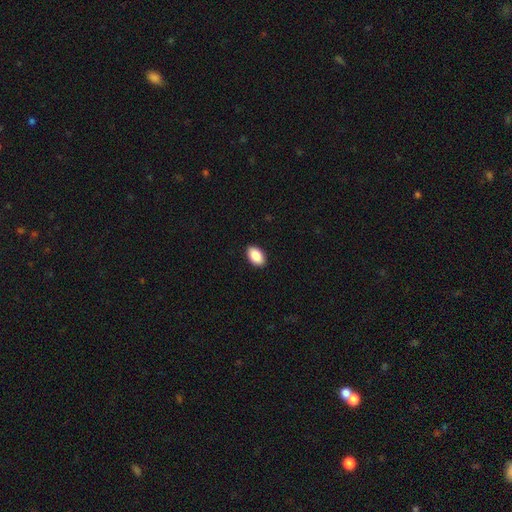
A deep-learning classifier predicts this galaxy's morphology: smooth 89%, star or artifact 7%, featured or disk 4%. Down the decision tree: how rounded — in between (93%); merging — none (90%).